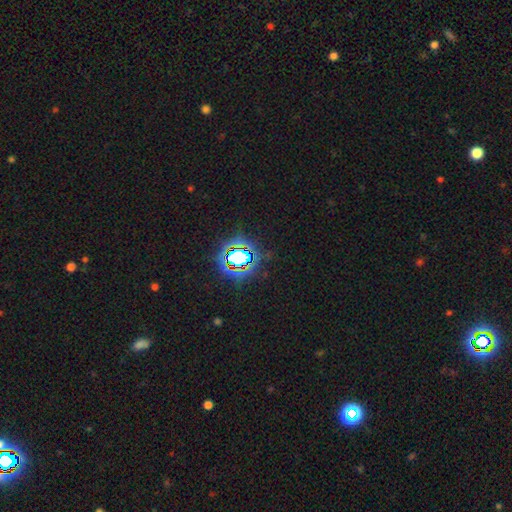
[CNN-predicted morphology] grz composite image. It shows a star or artifact, not a galaxy (80%).